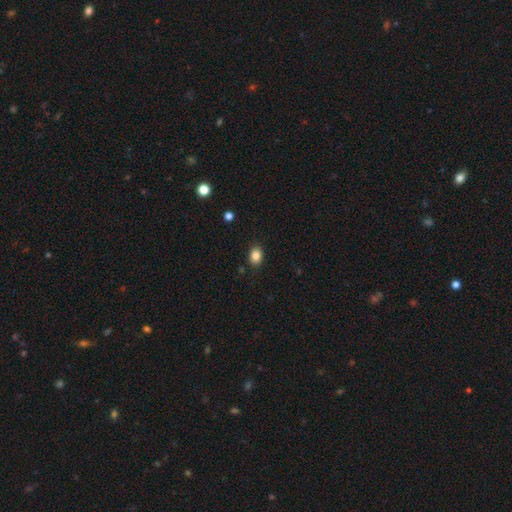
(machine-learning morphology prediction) Smooth or featured? Predicted: smooth (p=0.85). How rounded? Predicted: in between (p=0.64). Merging? Predicted: none (p=0.86).